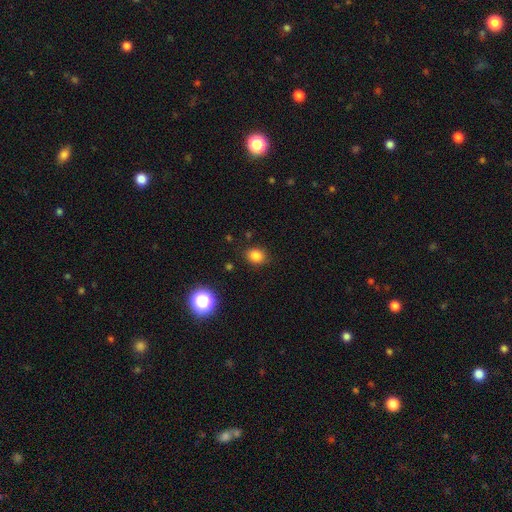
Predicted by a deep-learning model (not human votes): smooth_or_featured: smooth (p=0.82) [alt: star or artifact p=0.13]
how_rounded: round (p=0.58) [alt: in between p=0.41]
merging: none (p=0.86) [alt: minor disturbance p=0.10]